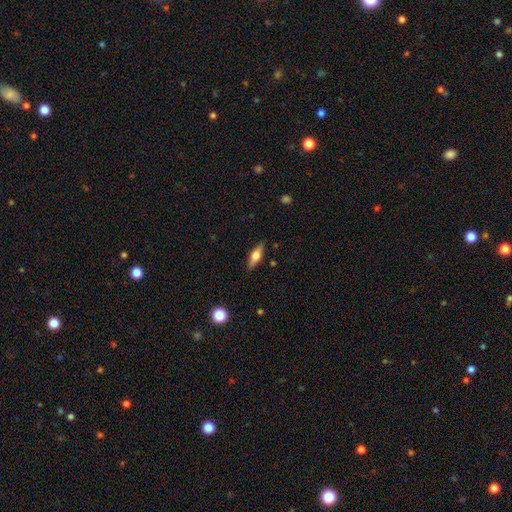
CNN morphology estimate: type=smooth (49%); merging=none (86%).